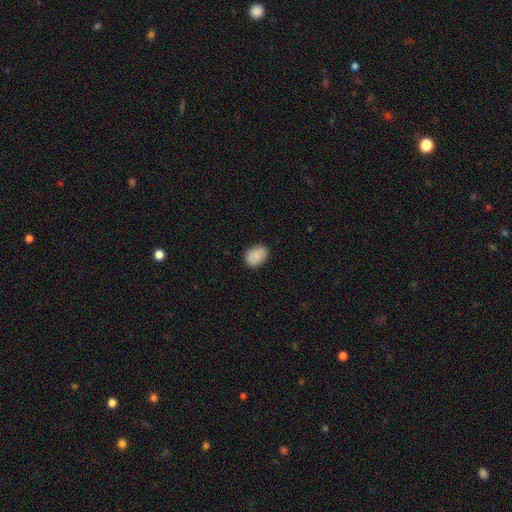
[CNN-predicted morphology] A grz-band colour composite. It shows a smooth galaxy with no disk features (84%) that is in between round and cigar-shaped (70%). Merging: none (83%).